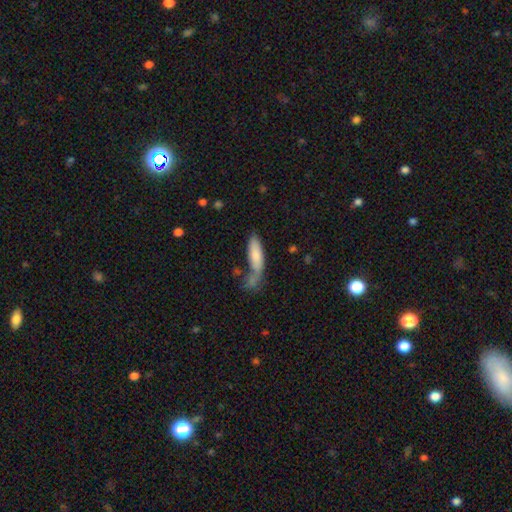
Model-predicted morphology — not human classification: Overall: smooth (78%). How rounded: cigar-shaped (49%, tied with in between). Merging: none (42%; merger 22%).